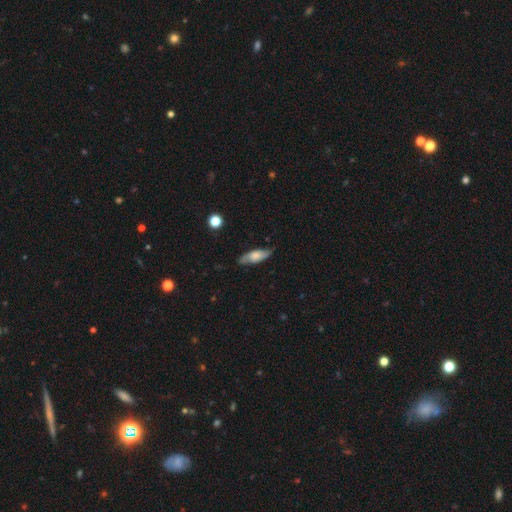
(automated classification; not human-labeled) Smooth or featured? Predicted: featured or disk (p=0.46, tied with smooth). Merging? Predicted: none (p=0.77).